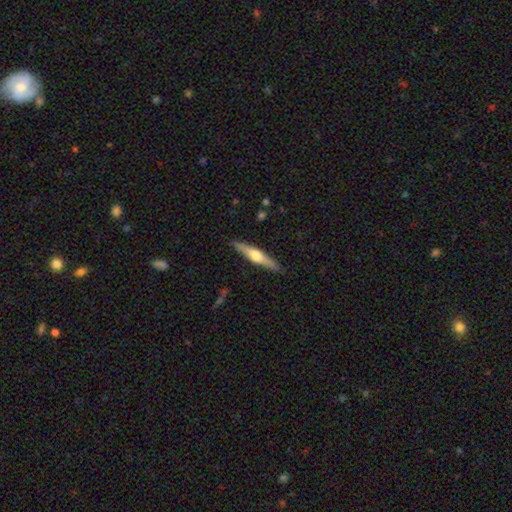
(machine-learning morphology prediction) This is likely a featured or disk galaxy (62%). It is clearly viewed edge-on (96%). Edge-on bulge: clearly rounded (92%). Merging: clearly none (90%).